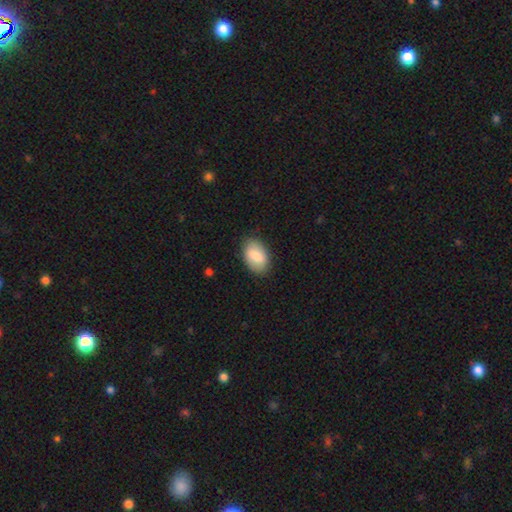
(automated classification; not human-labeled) smooth 78%, featured or disk 16%, star or artifact 6%. Down the decision tree: how rounded — in between (92%); merging — none (84%).